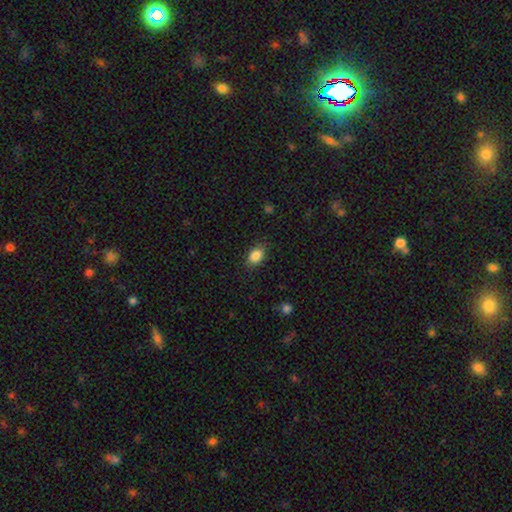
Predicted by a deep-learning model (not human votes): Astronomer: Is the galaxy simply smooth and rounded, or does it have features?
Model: smooth — 87%.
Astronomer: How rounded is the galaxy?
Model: in between — 78%.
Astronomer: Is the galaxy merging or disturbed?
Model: none — 84%.